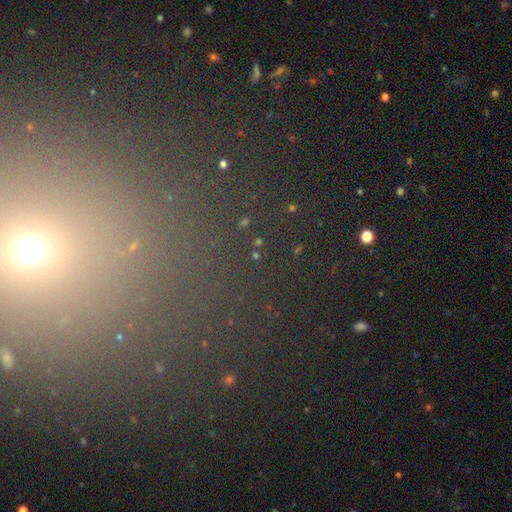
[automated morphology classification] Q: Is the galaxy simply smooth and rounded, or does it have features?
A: star or artifact — 65%.